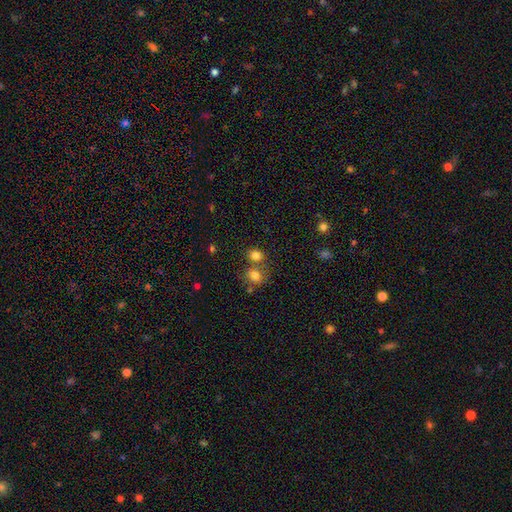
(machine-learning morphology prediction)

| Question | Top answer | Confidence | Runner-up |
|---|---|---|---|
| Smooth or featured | smooth | 79% | star or artifact (14%) |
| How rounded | round | 65% | in between (34%) |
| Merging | none | 53% | merger (35%) |